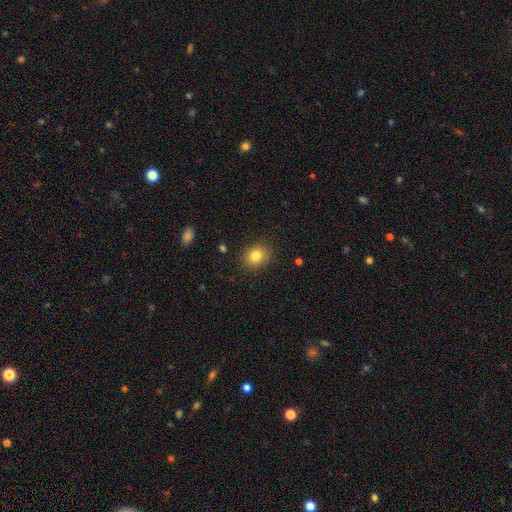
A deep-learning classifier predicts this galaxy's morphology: smooth-or-featured: smooth: 82% | star or artifact: 11% | featured or disk: 7%
  how-rounded: round: 66% | in between: 33% | cigar-shaped: 1%
  merging: none: 87% | minor disturbance: 9% | major disturbance: 2% | merger: 1%